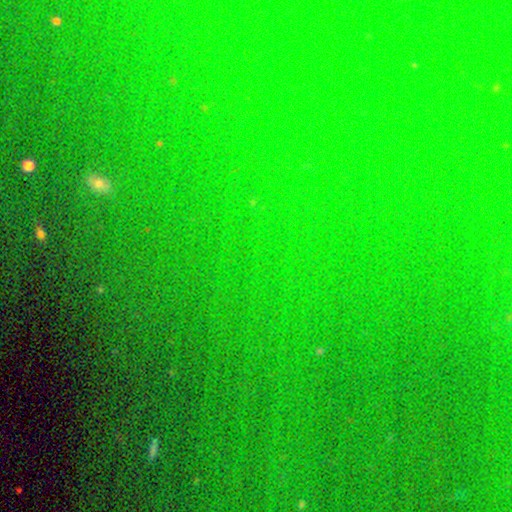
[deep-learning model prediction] Smooth or featured? star or artifact (78%)